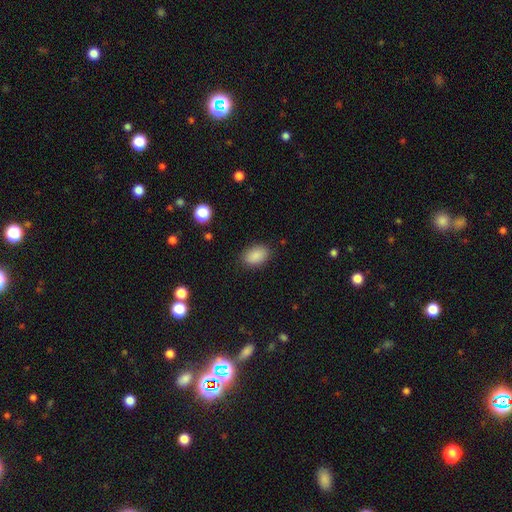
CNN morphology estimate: Smooth or featured? smooth (89%)
How rounded? in between (91%)
Merging? none (86%)